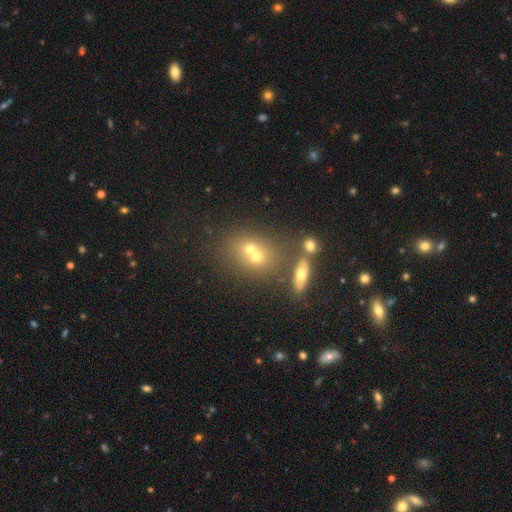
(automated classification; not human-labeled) Smooth or featured? Predicted: smooth (p=0.56). How rounded? Predicted: round (p=0.58). Merging? Predicted: merger (p=0.55).